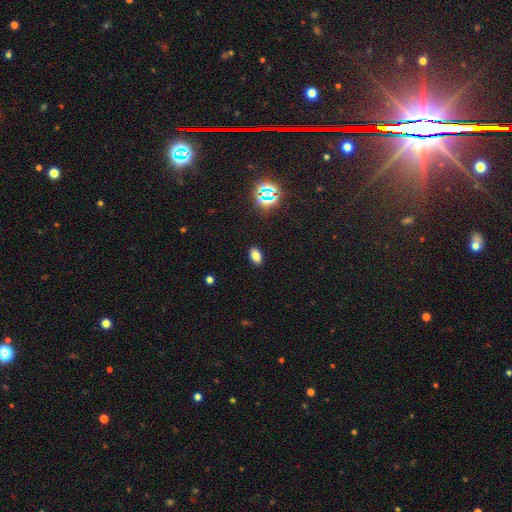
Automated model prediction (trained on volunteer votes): A smooth galaxy with no disk features (76%) that is in between round and cigar-shaped (90%).

Vote fractions:
- Smooth or featured? smooth: 76% / star or artifact: 18% / featured or disk: 6%
- How rounded? in between: 90% / round: 7% / cigar-shaped: 3%
- Merging? none: 90% / minor disturbance: 7% / major disturbance: 2% / merger: 1%